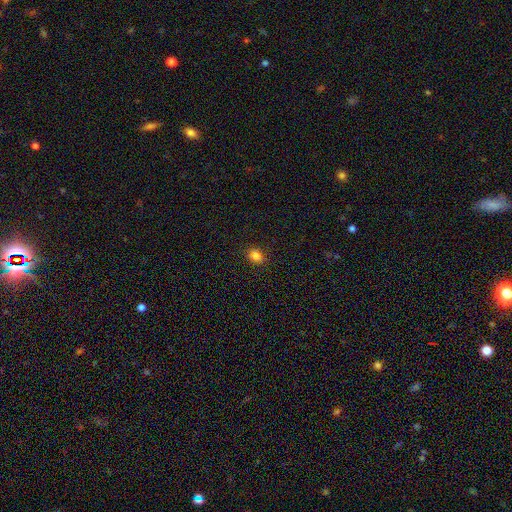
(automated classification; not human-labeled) smooth 83%, star or artifact 13%, featured or disk 4%. Down the decision tree: how rounded — in between (68%); merging — none (86%).